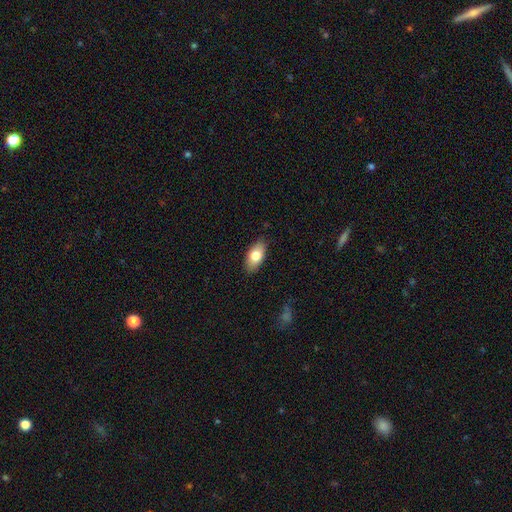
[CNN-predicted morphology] Smooth or featured: smooth — 80% (featured or disk — 14%)
How rounded: in between — 91% (cigar-shaped — 5%)
Merging: none — 87% (minor disturbance — 10%)